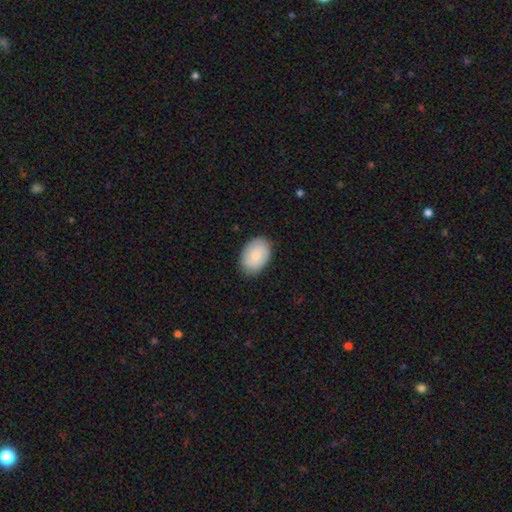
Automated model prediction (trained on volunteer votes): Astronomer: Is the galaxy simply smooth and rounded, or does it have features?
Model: smooth — 83%.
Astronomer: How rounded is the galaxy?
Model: in between — 85%.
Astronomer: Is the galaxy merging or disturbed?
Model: none — 86%.